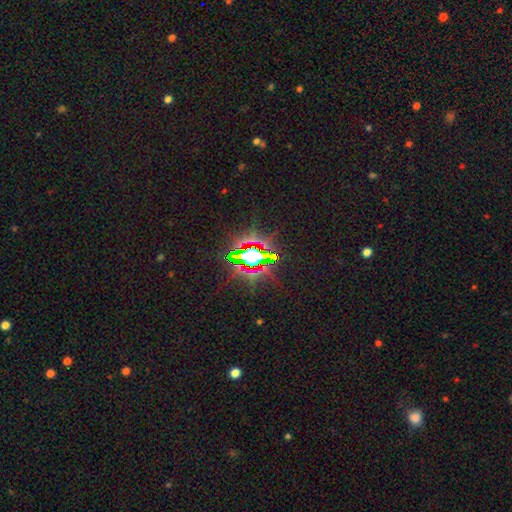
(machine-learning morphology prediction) Smooth or featured? star or artifact (78%)